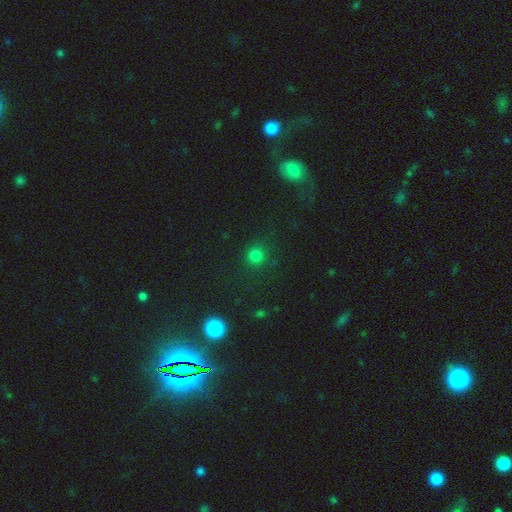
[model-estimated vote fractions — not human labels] A smooth galaxy with no disk features (77%) that is round (90%). Merging: none (85%).